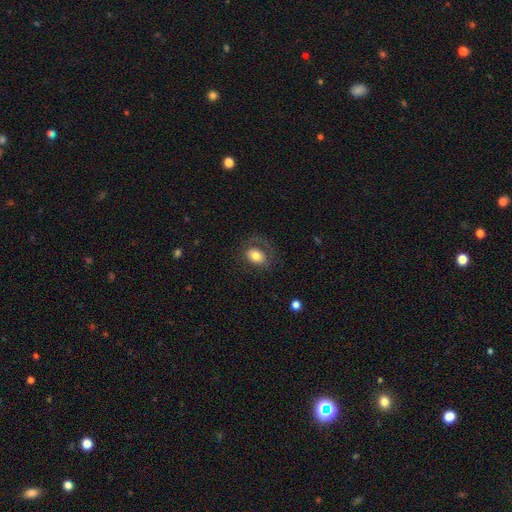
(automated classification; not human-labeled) A smooth galaxy with no disk features (69%) that is in between round and cigar-shaped (70%).

Vote fractions:
- Smooth or featured? smooth: 69% / featured or disk: 23% / star or artifact: 8%
- How rounded? in between: 70% / round: 29% / cigar-shaped: 1%
- Merging? none: 63% / major disturbance: 18% / minor disturbance: 17% / merger: 2%